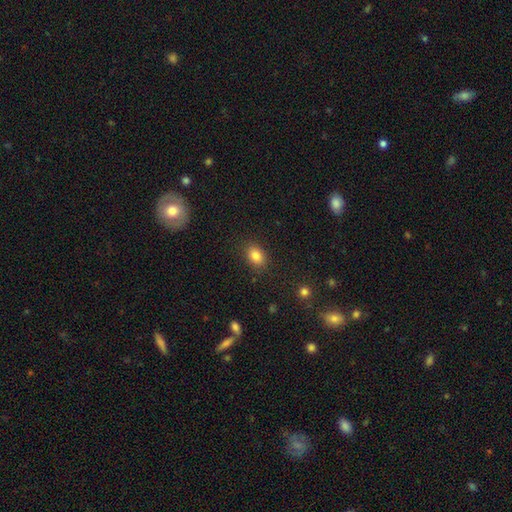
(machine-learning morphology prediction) This appears to be a smooth galaxy with no disk features (83%) that is in between round and cigar-shaped (77%). Merging: none (86%).